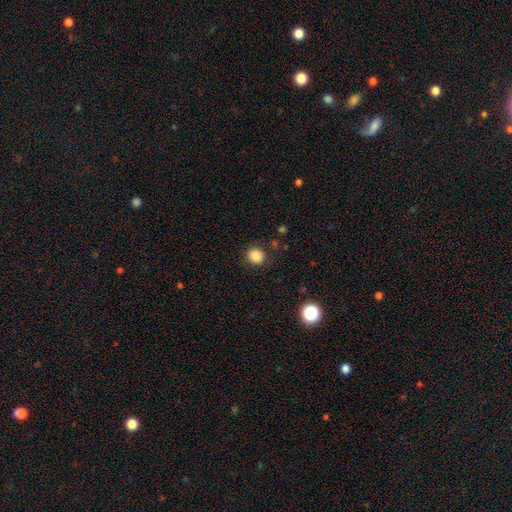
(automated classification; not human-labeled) Morphology: type=smooth (86%); roundness=round (82%); merging=none (87%).